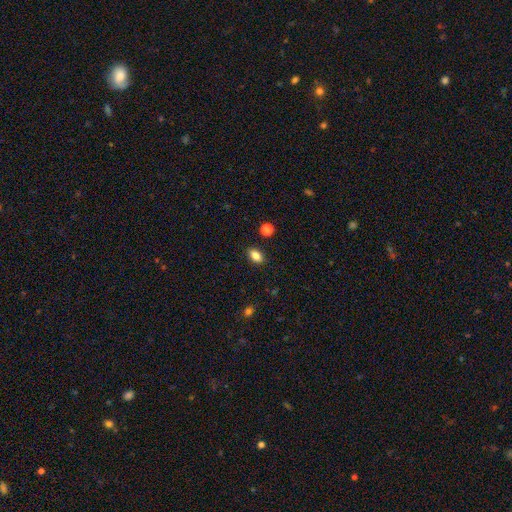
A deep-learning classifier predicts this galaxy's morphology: This appears to be a smooth galaxy with no disk features (84%) that is in between round and cigar-shaped (84%). Merging: none (88%).